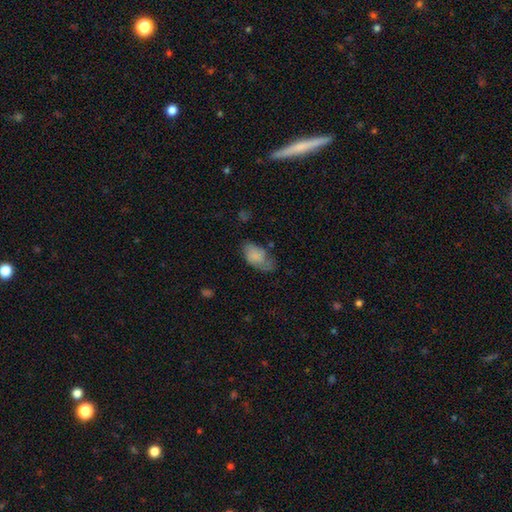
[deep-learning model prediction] A smooth galaxy with no disk features (67%) that is in between round and cigar-shaped (92%).

Vote fractions:
- Smooth or featured? smooth: 67% / featured or disk: 25% / star or artifact: 8%
- How rounded? in between: 92% / round: 6% / cigar-shaped: 2%
- Merging? none: 42% / minor disturbance: 34% / major disturbance: 21% / merger: 3%